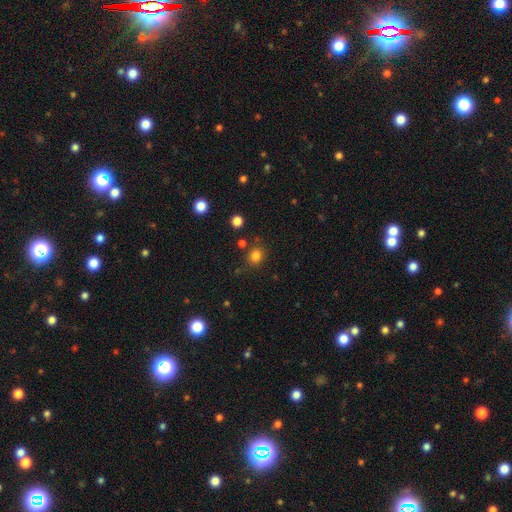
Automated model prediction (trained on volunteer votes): The model was most divided on "how rounded": round: 73%, in between: 26%, cigar-shaped: 1%. More confident: smooth or featured — smooth (81%); merging — none (80%).